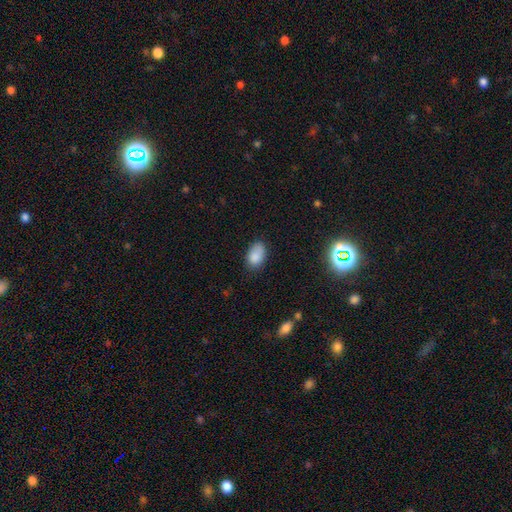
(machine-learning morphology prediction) Smooth or featured: smooth — 86% (star or artifact — 9%)
How rounded: in between — 90% (round — 8%)
Merging: none — 70% (minor disturbance — 23%)